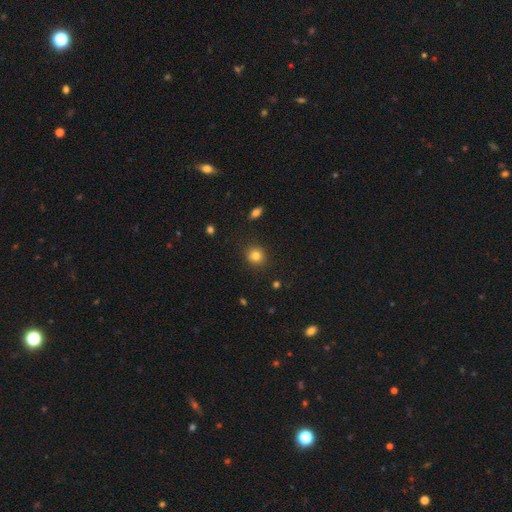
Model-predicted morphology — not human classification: The model was most divided on "smooth or featured": smooth: 81%, star or artifact: 12%, featured or disk: 7%. More confident: merging — none (89%); how rounded — round (86%).